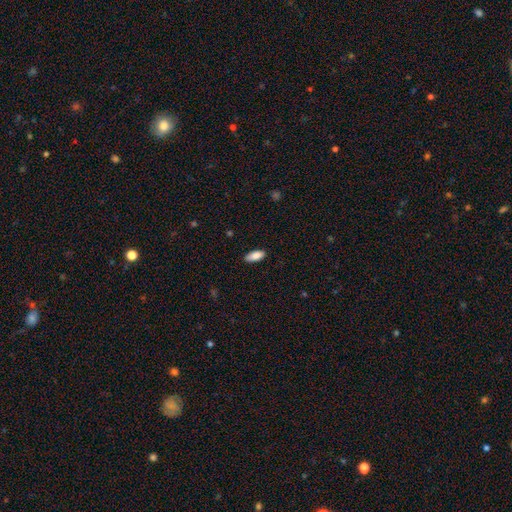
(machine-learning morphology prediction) type=smooth (87%); roundness=in between (86%); merging=none (85%).